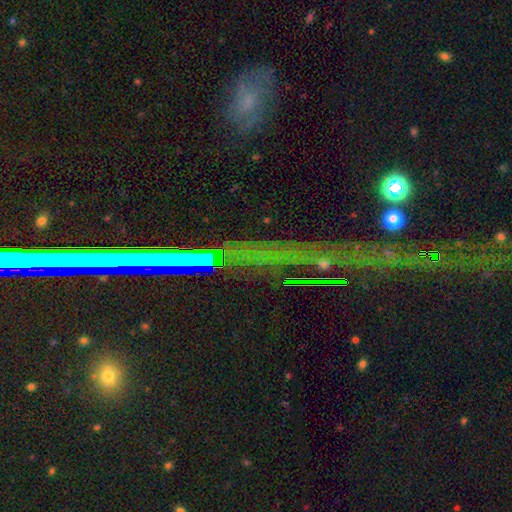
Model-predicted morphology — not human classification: type=star or artifact (71%).